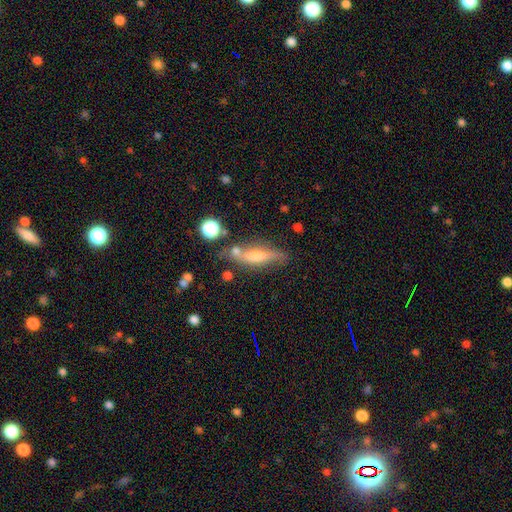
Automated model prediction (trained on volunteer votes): smooth-or-featured: featured or disk: 48% | smooth: 42% | star or artifact: 10%
  merging: none: 65% | minor disturbance: 19% | merger: 10% | major disturbance: 6%